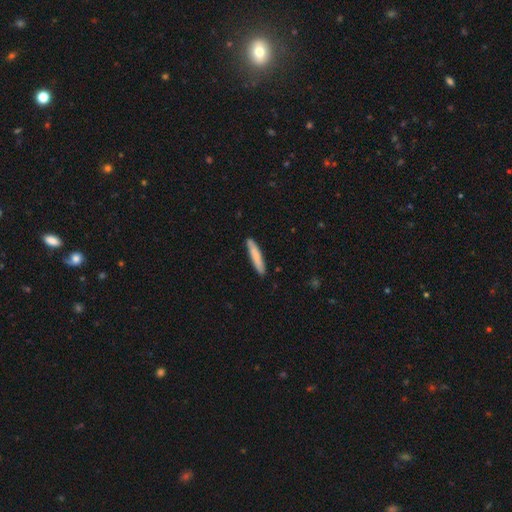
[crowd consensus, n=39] Smooth or featured? 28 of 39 (72%) said smooth. How rounded? 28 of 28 (100%) said cigar-shaped. Merging? 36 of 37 (97%) said none.